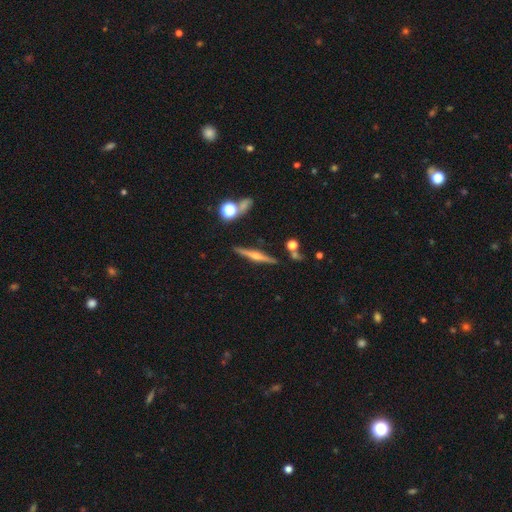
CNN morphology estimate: This is likely a featured or disk galaxy (72%). It is clearly viewed edge-on (98%). Edge-on bulge: clearly rounded (88%). Merging: clearly none (87%).